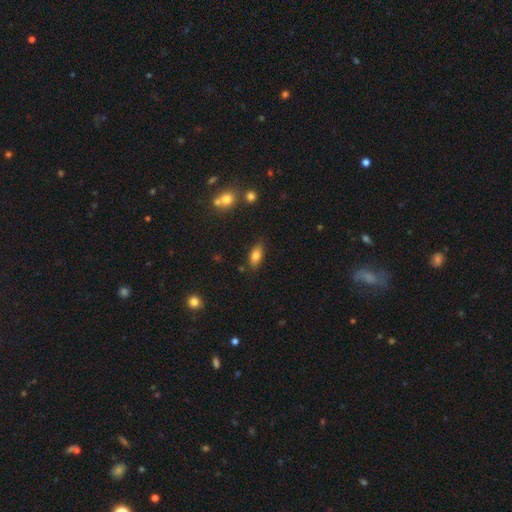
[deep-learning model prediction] Smooth or featured: smooth — 79% (featured or disk — 13%)
How rounded: in between — 86% (cigar-shaped — 9%)
Merging: none — 81% (minor disturbance — 13%)